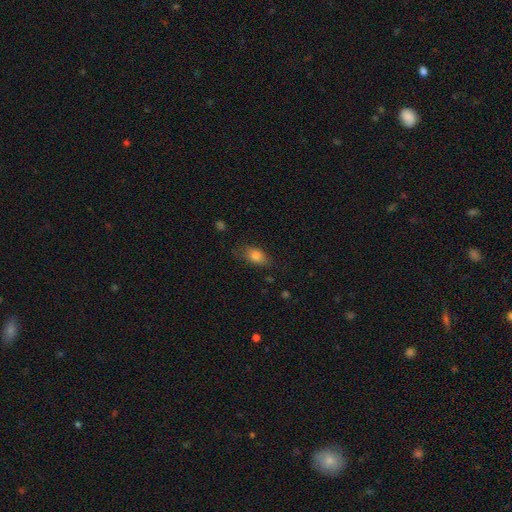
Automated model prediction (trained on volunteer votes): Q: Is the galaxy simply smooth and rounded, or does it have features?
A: smooth — 82%.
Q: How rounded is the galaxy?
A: in between — 83%.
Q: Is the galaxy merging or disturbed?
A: none — 69%.